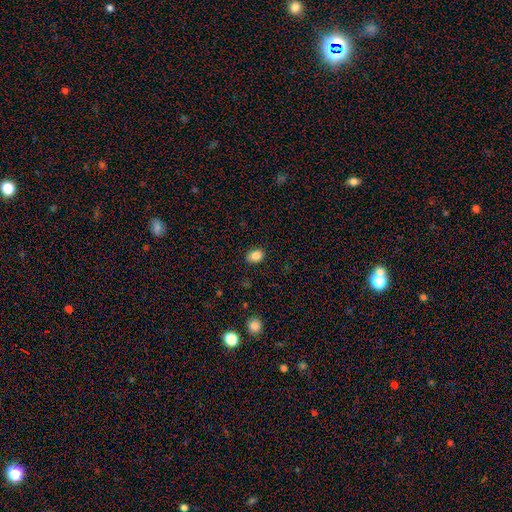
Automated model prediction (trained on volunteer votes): Smooth or featured? Predicted: smooth (p=0.86). How rounded? Predicted: in between (p=0.70). Merging? Predicted: none (p=0.88).